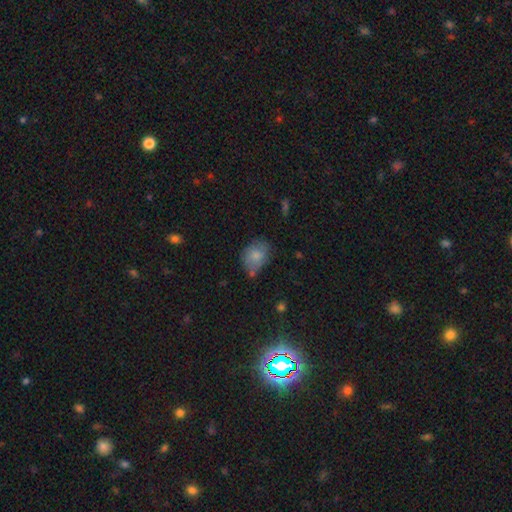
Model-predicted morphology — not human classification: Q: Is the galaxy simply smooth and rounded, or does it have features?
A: smooth — 75%.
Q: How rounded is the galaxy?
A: in between — 67%.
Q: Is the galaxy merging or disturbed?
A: none — 56%.